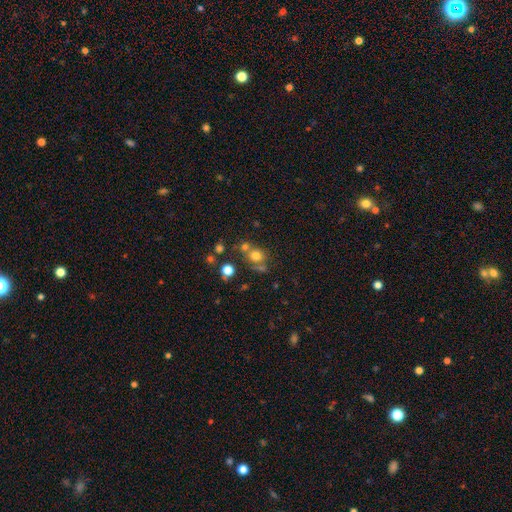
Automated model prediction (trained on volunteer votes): Smooth or featured: smooth — 71% (star or artifact — 17%)
How rounded: round — 78% (in between — 21%)
Merging: none — 54% (merger — 29%)